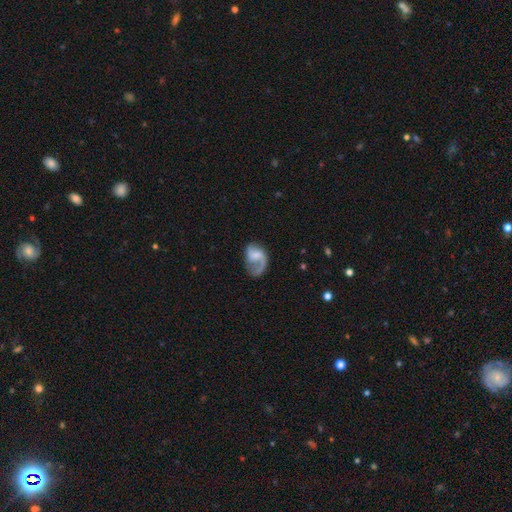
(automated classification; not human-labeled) This appears to be a featured or disk galaxy (67%) with no bar (53%), 1 (55%) loose (55%) spiral arms (88%) and no central bulge (39%). Merging: none (42%).